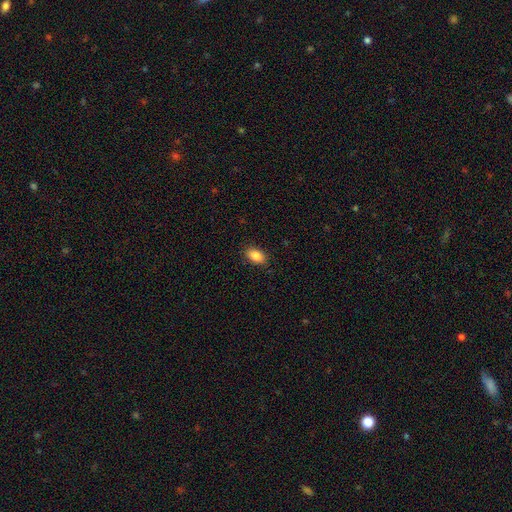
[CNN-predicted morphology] smooth 87%, star or artifact 8%, featured or disk 5%. Down the decision tree: how rounded — in between (91%); merging — none (89%).